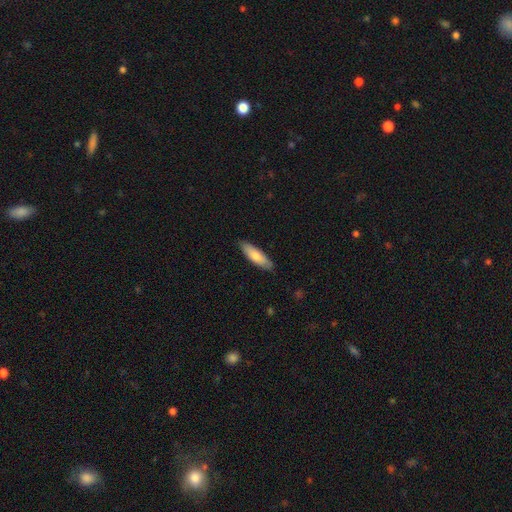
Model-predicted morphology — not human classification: type=smooth (78%); roundness=cigar-shaped (55%); merging=none (84%).